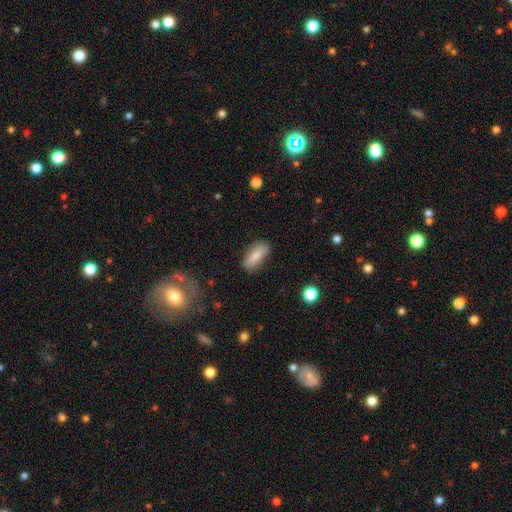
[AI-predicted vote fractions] Smooth or featured? Predicted: smooth (p=0.79). How rounded? Predicted: in between (p=0.72). Merging? Predicted: none (p=0.81).